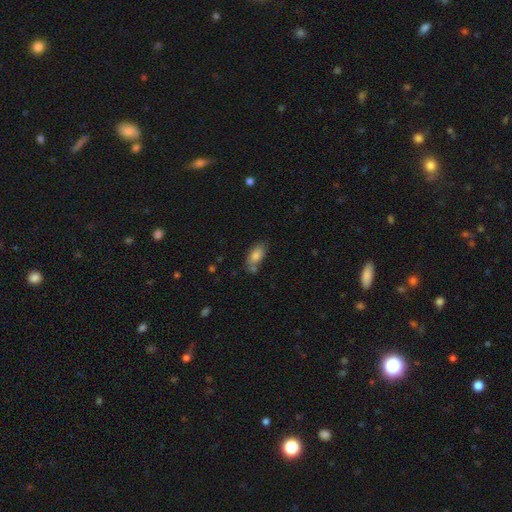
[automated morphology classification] Smooth or featured?
  - smooth: 81% *
  - featured or disk: 11%
  - star or artifact: 8%
How rounded?
  - in between: 87% *
  - cigar-shaped: 9%
  - round: 4%
Merging?
  - none: 55% *
  - minor disturbance: 21%
  - merger: 17%
  - major disturbance: 7%